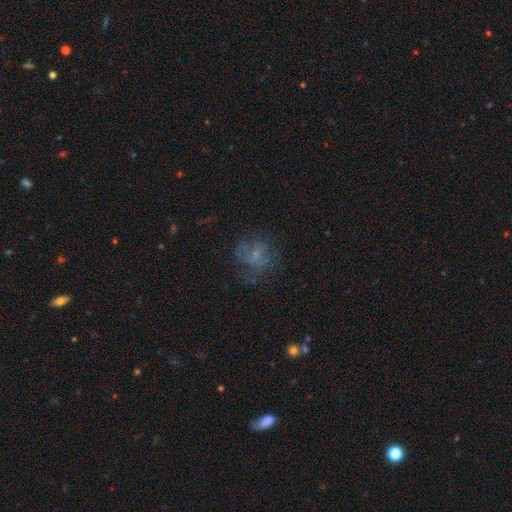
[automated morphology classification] Smooth or featured? Predicted: featured or disk (p=0.49). Merging? Predicted: none (p=0.53).